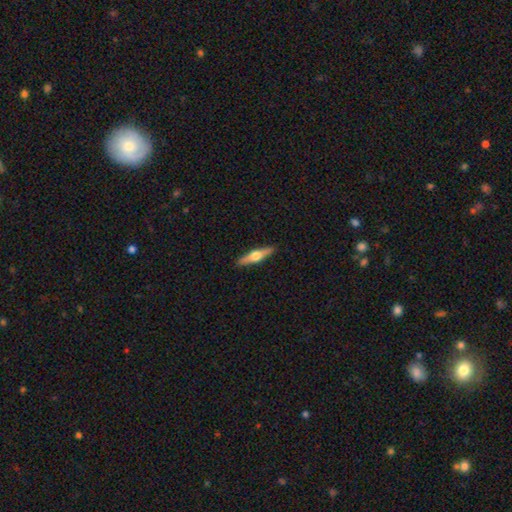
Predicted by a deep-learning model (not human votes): A featured or disk galaxy (65%) viewed edge-on (97%) with a rounded central bulge (95%).

Vote fractions:
- Smooth or featured? featured or disk: 65% / smooth: 30% / star or artifact: 5%
- Edge-on disk? yes: 97% / no: 3%
- Edge-on bulge? rounded: 95% / boxy: 3% / none: 2%
- Merging? none: 91% / minor disturbance: 6% / major disturbance: 1% / merger: 1%